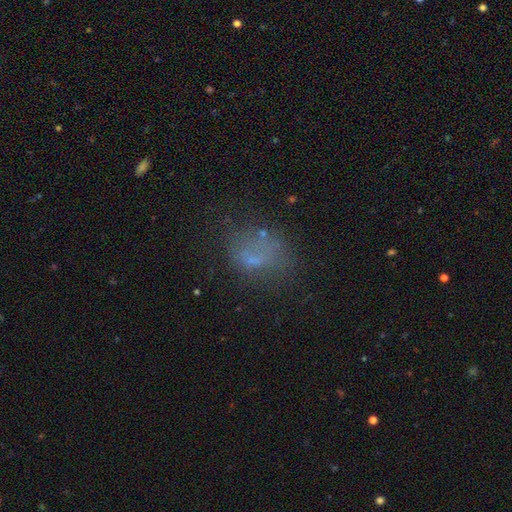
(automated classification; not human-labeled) Morphology: type=smooth (49%); merging=none (46%).